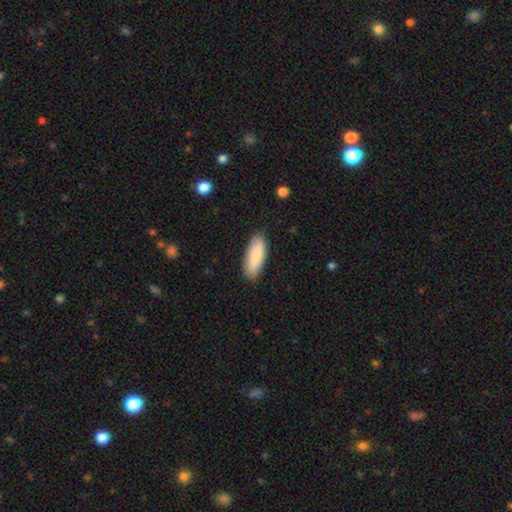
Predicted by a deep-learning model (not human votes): This appears to be a smooth galaxy with no disk features (87%) that is in between round and cigar-shaped (69%). Merging: none (87%).